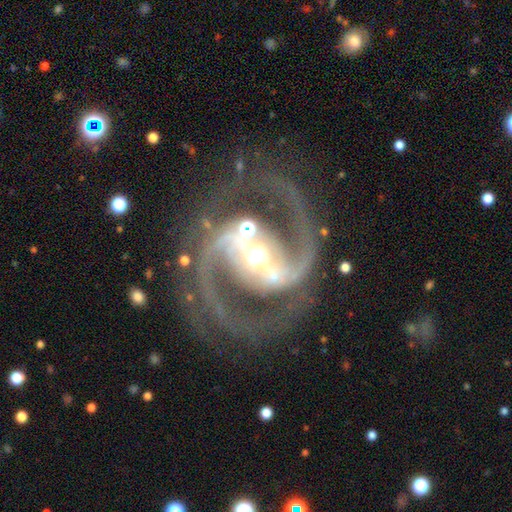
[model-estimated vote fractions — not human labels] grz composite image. It shows a featured or disk galaxy (93%) with a strong bar (65%), 2 (94%) medium (68%) spiral arms (98%) and a moderate central bulge (60%). Merging: none (78%).